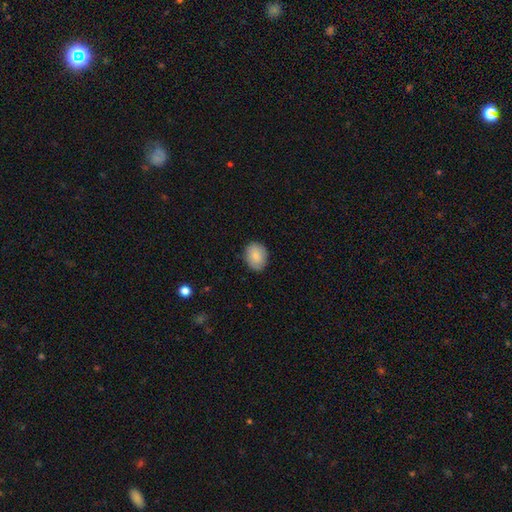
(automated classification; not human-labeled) smooth-or-featured: smooth: 84% | featured or disk: 9% | star or artifact: 7%
  how-rounded: in between: 55% | round: 44% | cigar-shaped: 1%
  merging: none: 85% | minor disturbance: 12% | major disturbance: 2% | merger: 1%